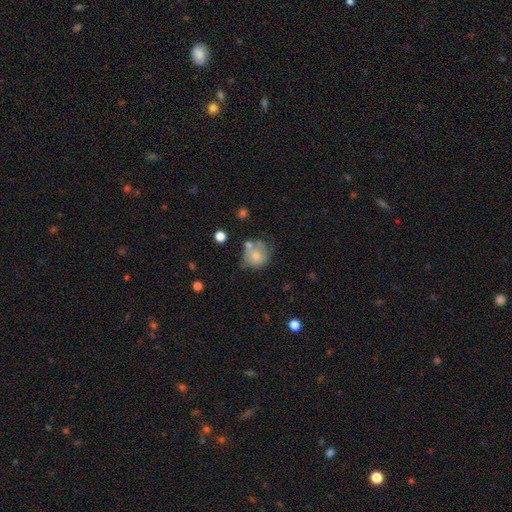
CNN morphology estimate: Q: Smooth or featured?
A: smooth (67%); runner-up: featured or disk (24%)
Q: How rounded?
A: round (74%); runner-up: in between (25%)
Q: Merging?
A: none (41%); runner-up: minor disturbance (25%)